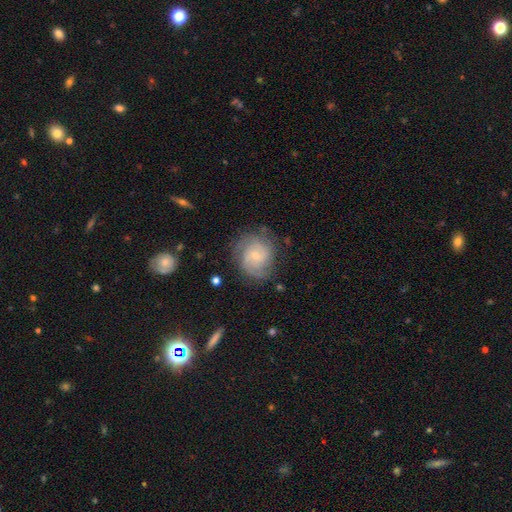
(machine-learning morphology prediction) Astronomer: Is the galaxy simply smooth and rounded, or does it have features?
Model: featured or disk — 73%.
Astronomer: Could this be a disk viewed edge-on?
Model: no — 98%.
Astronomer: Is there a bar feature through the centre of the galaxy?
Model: no — 67%.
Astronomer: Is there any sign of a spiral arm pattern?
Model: yes — 93%.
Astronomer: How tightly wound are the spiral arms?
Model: tight — 50% (runner-up: medium, 38%).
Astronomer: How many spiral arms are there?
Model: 2 — 35% (runner-up: can't tell, 26%).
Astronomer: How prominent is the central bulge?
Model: small — 72%.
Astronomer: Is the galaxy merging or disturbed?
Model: none — 74%.